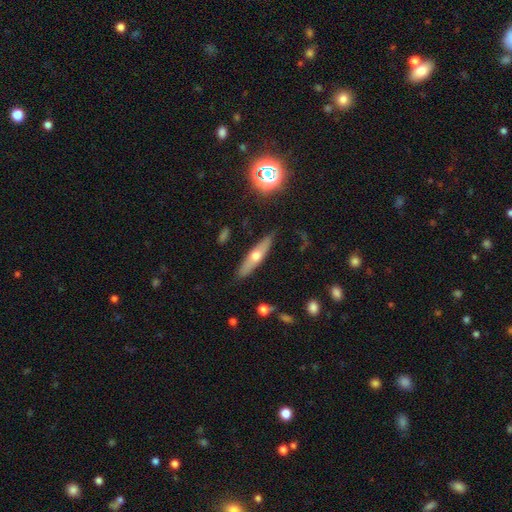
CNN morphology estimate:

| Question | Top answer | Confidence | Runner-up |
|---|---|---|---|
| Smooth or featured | featured or disk | 52% | smooth (41%) |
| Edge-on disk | yes | 85% | no (15%) |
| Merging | none | 85% | minor disturbance (11%) |